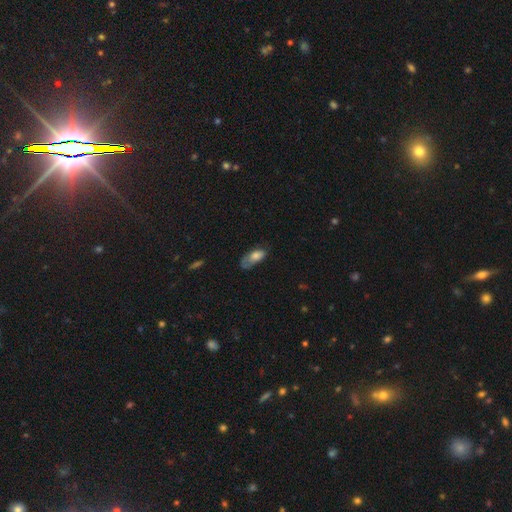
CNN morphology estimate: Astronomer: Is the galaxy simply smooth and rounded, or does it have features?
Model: smooth — 70%.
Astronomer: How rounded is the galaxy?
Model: in between — 87%.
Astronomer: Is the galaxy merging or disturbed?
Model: none — 33% (runner-up: minor disturbance, 32%).